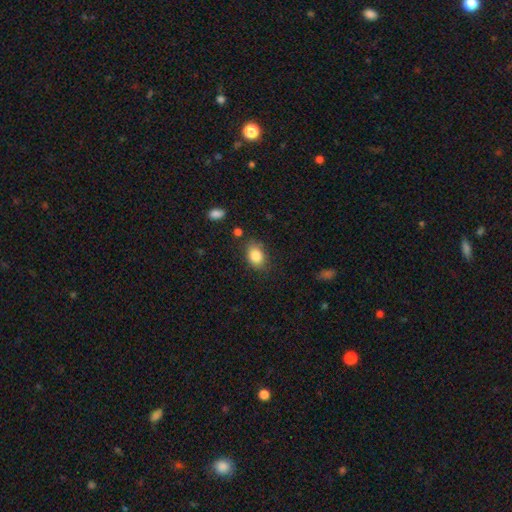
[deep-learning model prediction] Q: Smooth or featured?
A: smooth (85%); runner-up: star or artifact (8%)
Q: How rounded?
A: in between (74%); runner-up: round (25%)
Q: Merging?
A: none (78%); runner-up: minor disturbance (16%)